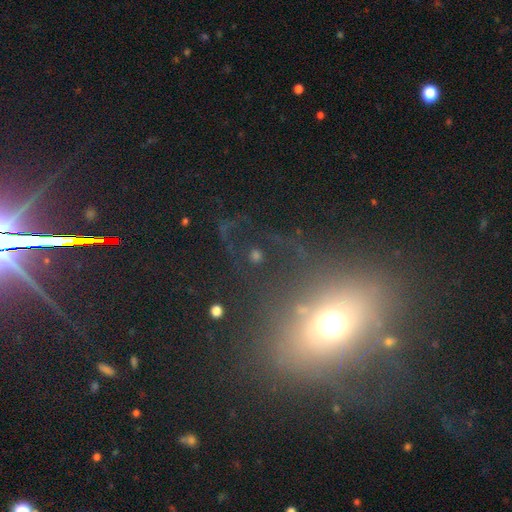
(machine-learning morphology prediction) Smooth or featured: star or artifact — 42% (featured or disk — 30%)